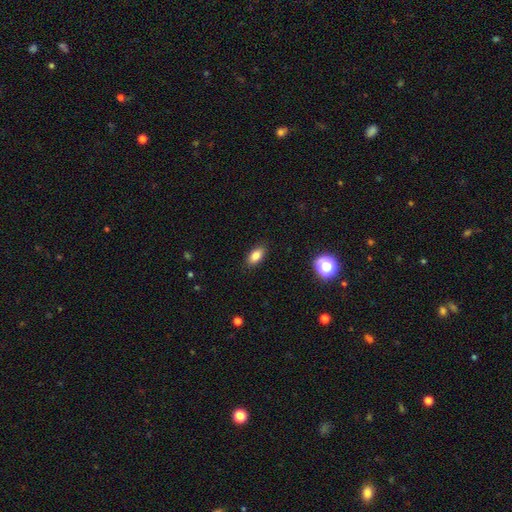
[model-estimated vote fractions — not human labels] A smooth galaxy with no disk features (83%) that is in between round and cigar-shaped (88%). Merging: none (88%).